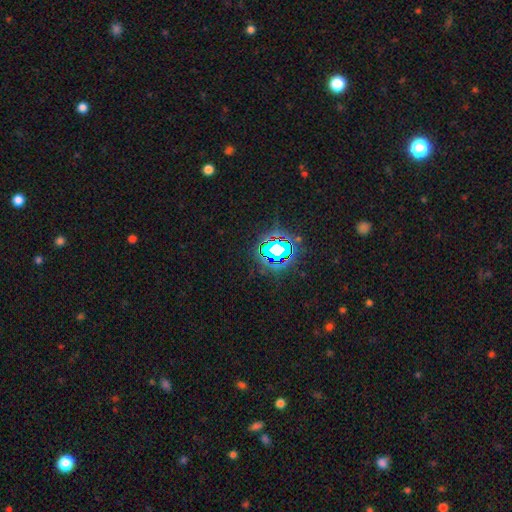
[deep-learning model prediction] Overall: star or artifact (81%).